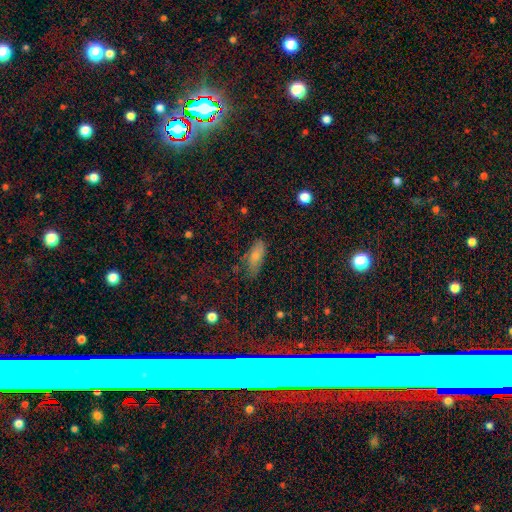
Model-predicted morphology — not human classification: smooth_or_featured: smooth (p=0.77) [alt: featured or disk p=0.14]
how_rounded: in between (p=0.74) [alt: cigar-shaped p=0.23]
merging: none (p=0.70) [alt: minor disturbance p=0.22]